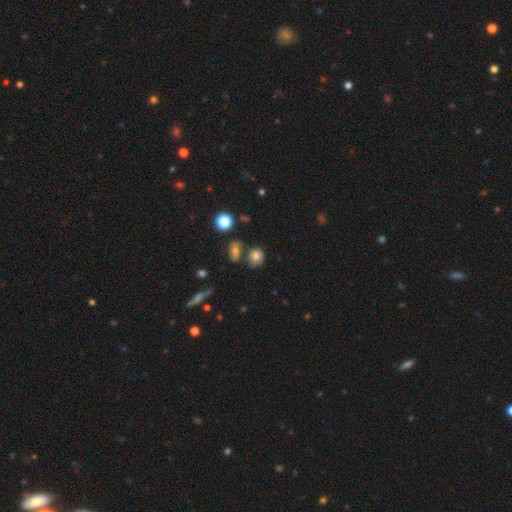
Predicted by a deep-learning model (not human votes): Q: Smooth or featured?
A: smooth (75%); runner-up: star or artifact (14%)
Q: How rounded?
A: round (67%); runner-up: in between (31%)
Q: Merging?
A: none (57%); runner-up: minor disturbance (19%)